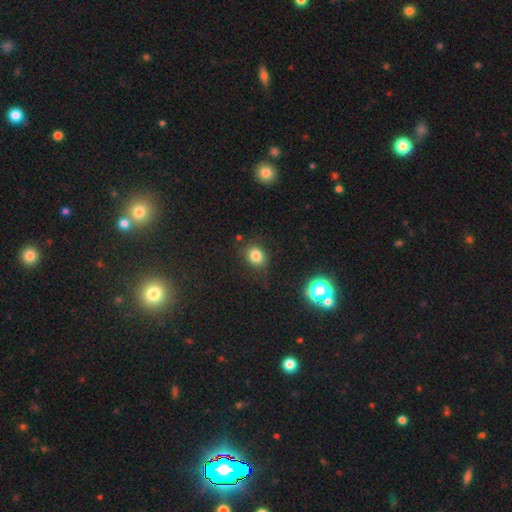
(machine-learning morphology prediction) smooth_or_featured: smooth (p=0.80) [alt: star or artifact p=0.13]
how_rounded: round (p=0.58) [alt: in between p=0.41]
merging: none (p=0.80) [alt: minor disturbance p=0.13]